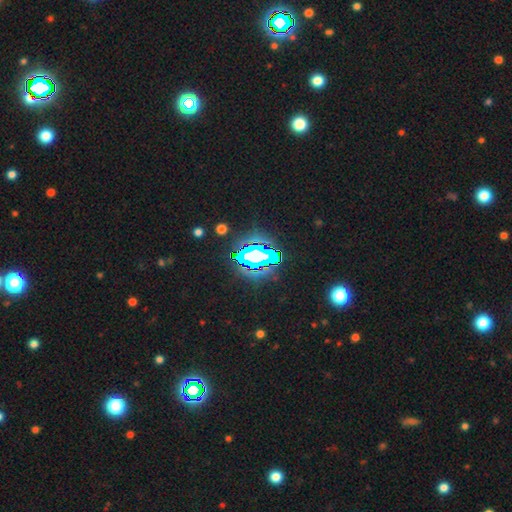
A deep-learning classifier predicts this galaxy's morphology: Overall: star or artifact (73%).